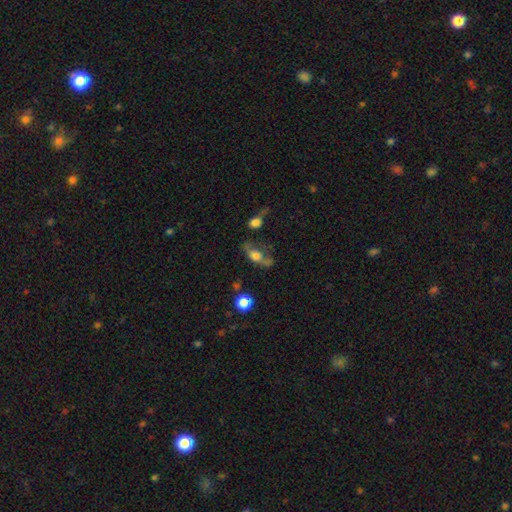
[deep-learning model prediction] smooth 51%, featured or disk 38%, star or artifact 11%. Down the decision tree: how rounded — in between (72%); merging — none (41%).